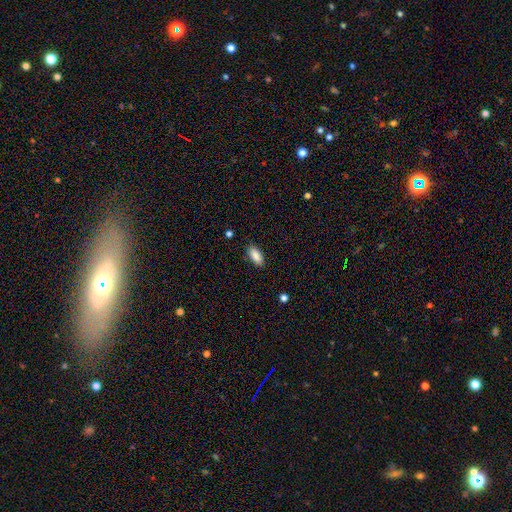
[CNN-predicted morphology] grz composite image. It shows a smooth galaxy with no disk features (88%) that is in between round and cigar-shaped (85%). Merging: none (87%).